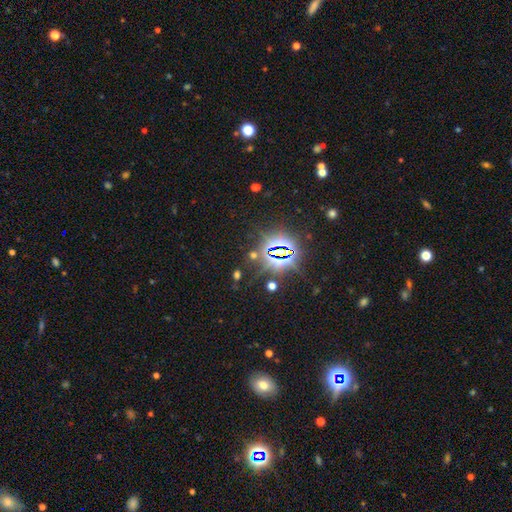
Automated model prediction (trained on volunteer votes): Smooth or featured: star or artifact — 84% (smooth — 9%)